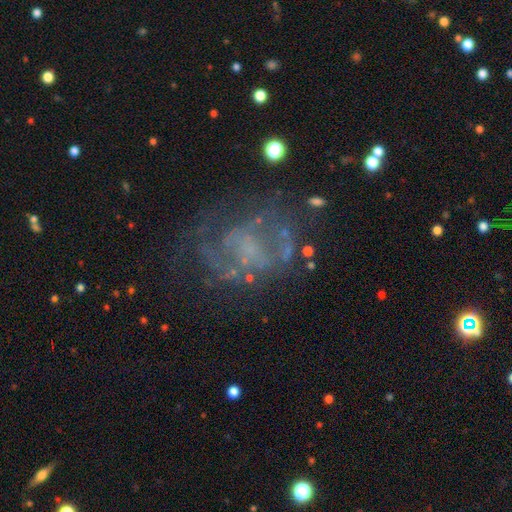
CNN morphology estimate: The model was most divided on "spiral arms": yes: 52%, no: 48%. More confident: edge-on disk — no (97%); bar — no (73%); smooth or featured — featured or disk (63%); bulge size — none (62%); merging — none (58%).